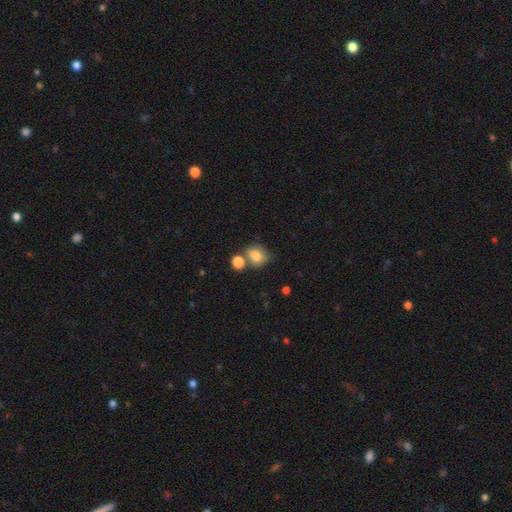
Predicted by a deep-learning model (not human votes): smooth_or_featured: smooth (p=0.79) [alt: featured or disk p=0.11]
how_rounded: in between (p=0.54) [alt: round p=0.45]
merging: none (p=0.45) [alt: merger p=0.28]